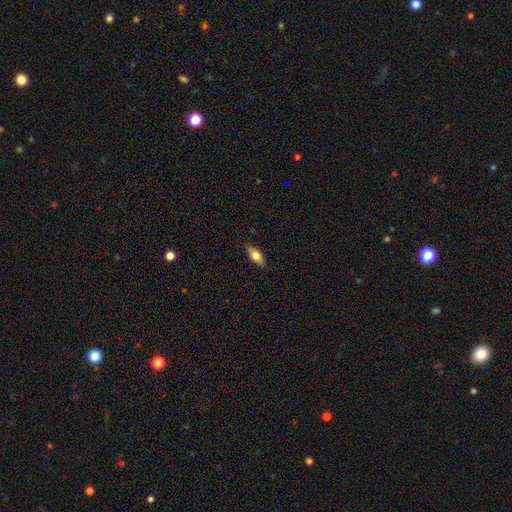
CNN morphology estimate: smooth 68%, featured or disk 25%, star or artifact 7%. Down the decision tree: how rounded — in between (78%); merging — none (87%).